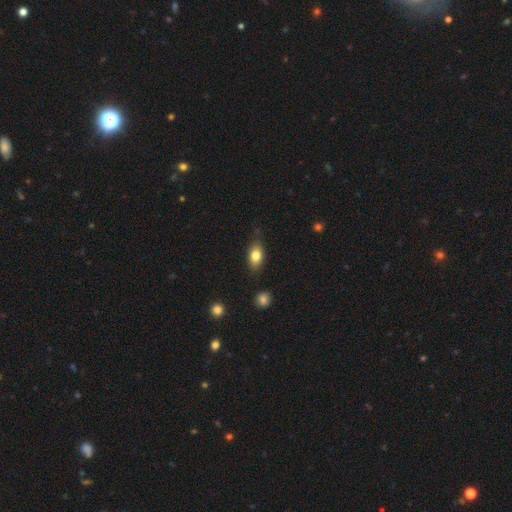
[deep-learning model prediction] Smooth or featured? Predicted: smooth (p=0.80). How rounded? Predicted: in between (p=0.84). Merging? Predicted: none (p=0.75).